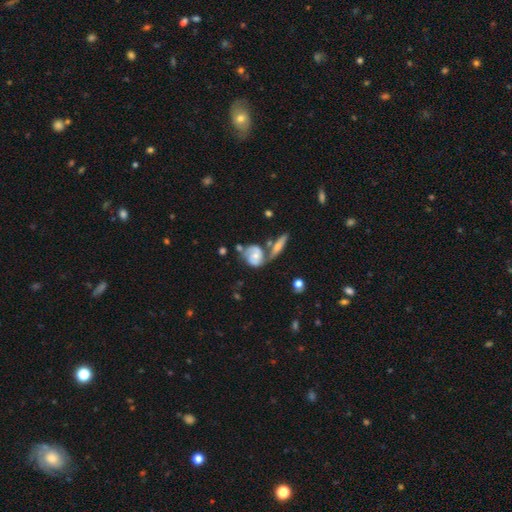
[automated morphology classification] Smooth or featured? Predicted: featured or disk (p=0.73). Edge-on disk? Predicted: no (p=0.93). Bar? Predicted: no (p=0.69). Spiral arms? Predicted: yes (p=0.88). Spiral winding? Predicted: tight (p=0.49). Spiral arm count? Predicted: 2 (p=0.69). Bulge size? Predicted: small (p=0.47). Merging? Predicted: none (p=0.42).